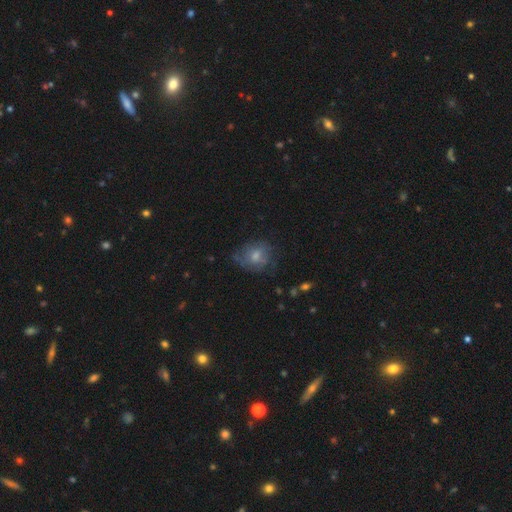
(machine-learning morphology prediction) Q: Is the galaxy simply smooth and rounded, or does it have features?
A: smooth — 52%.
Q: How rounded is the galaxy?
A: round — 66%.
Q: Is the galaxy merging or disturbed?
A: none — 63%.